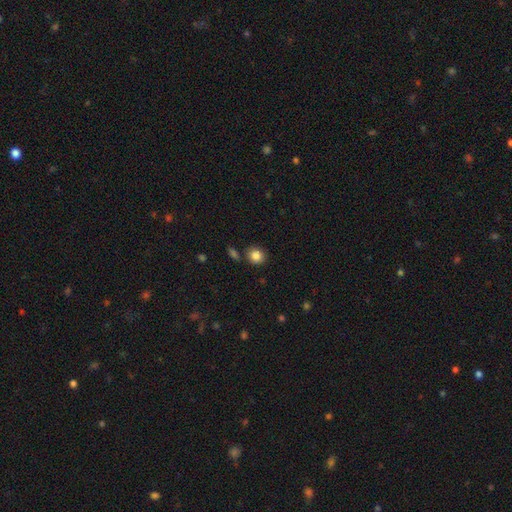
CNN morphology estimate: A smooth galaxy with no disk features (85%) that is round (81%).

Vote fractions:
- Smooth or featured? smooth: 85% / star or artifact: 10% / featured or disk: 5%
- How rounded? round: 81% / in between: 18% / cigar-shaped: 1%
- Merging? none: 80% / minor disturbance: 10% / merger: 7% / major disturbance: 3%